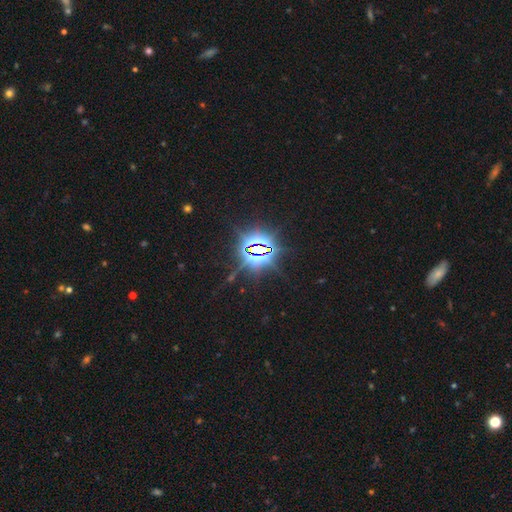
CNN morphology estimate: A star or artifact, not a galaxy (85%).